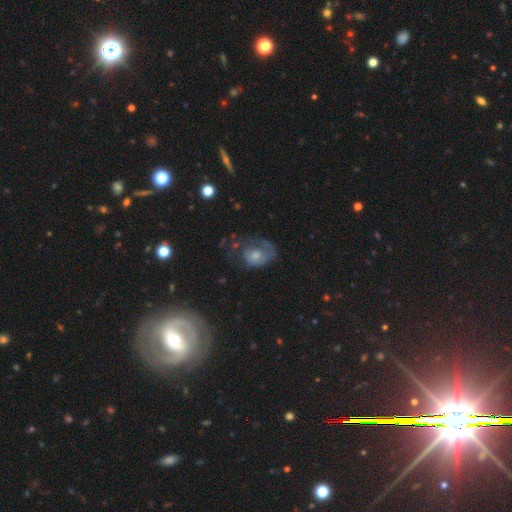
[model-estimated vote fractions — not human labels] This appears to be a smooth galaxy with no disk features (46%). Merging: major disturbance (42%).